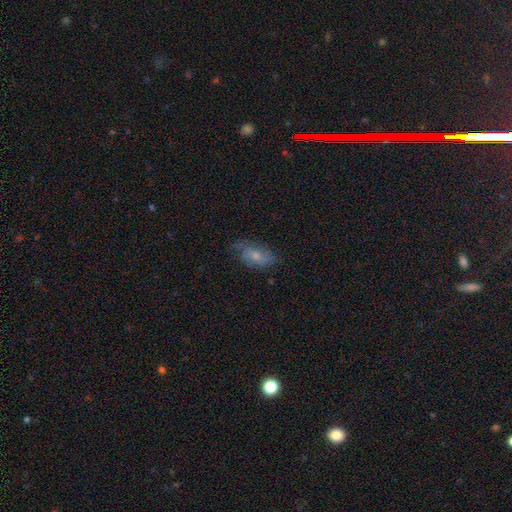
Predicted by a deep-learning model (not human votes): This appears to be a smooth galaxy with no disk features (49%). Merging: none (58%).